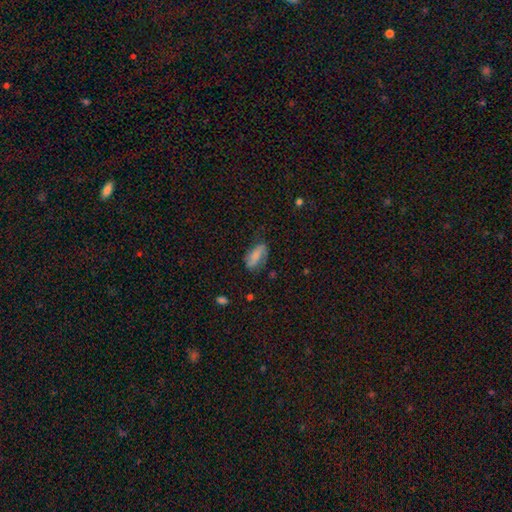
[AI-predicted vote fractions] Smooth or featured: smooth — 57% (featured or disk — 35%)
How rounded: in between — 84% (cigar-shaped — 12%)
Merging: none — 63% (minor disturbance — 25%)